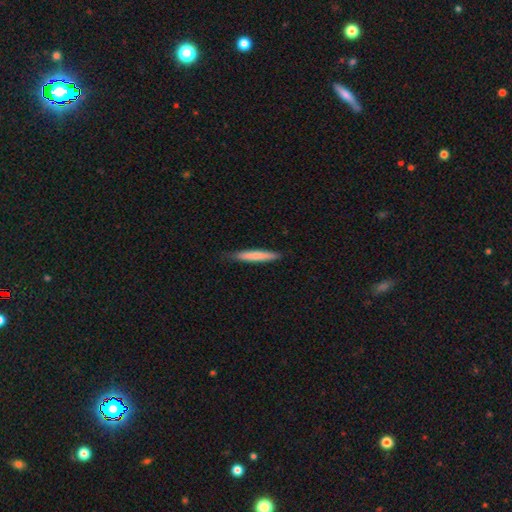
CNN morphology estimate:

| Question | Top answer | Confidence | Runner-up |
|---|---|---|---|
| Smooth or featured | smooth | 75% | featured or disk (19%) |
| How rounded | cigar-shaped | 95% | in between (4%) |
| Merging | none | 85% | minor disturbance (12%) |